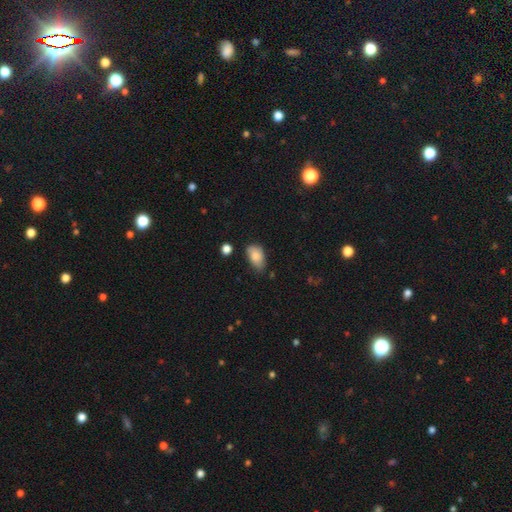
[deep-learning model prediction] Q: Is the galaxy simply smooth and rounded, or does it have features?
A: smooth — 82%.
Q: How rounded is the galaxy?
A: in between — 91%.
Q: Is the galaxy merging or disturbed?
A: none — 56%.